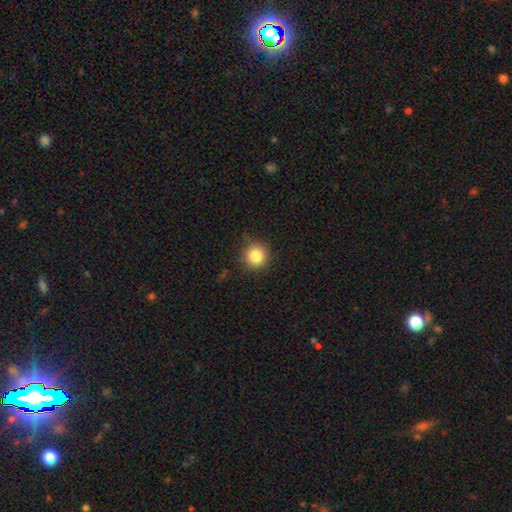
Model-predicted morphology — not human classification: smooth_or_featured: smooth (p=0.84) [alt: star or artifact p=0.10]
how_rounded: round (p=0.94) [alt: in between p=0.05]
merging: none (p=0.84) [alt: minor disturbance p=0.12]